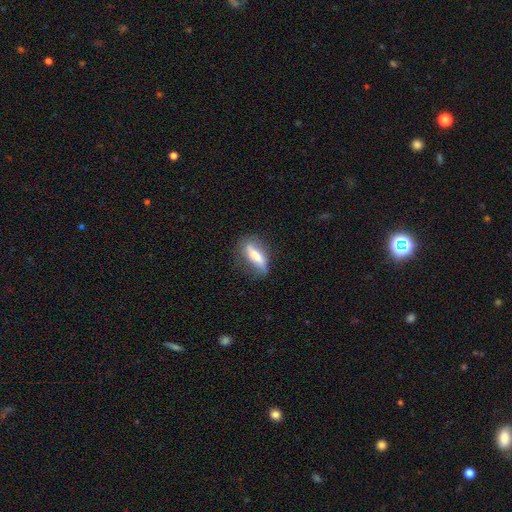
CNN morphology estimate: Overall: smooth (58%; featured or disk 35%). How rounded: cigar-shaped (56%; in between 41%). Merging: none (71%).